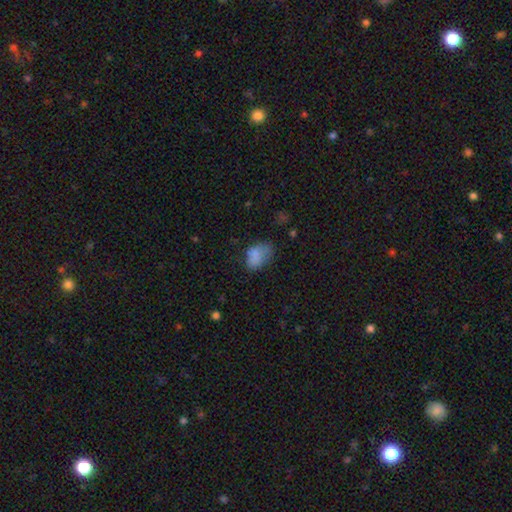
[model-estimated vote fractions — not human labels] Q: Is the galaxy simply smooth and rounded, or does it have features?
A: smooth — 76%.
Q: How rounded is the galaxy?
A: in between — 81%.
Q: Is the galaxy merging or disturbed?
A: none — 41%.